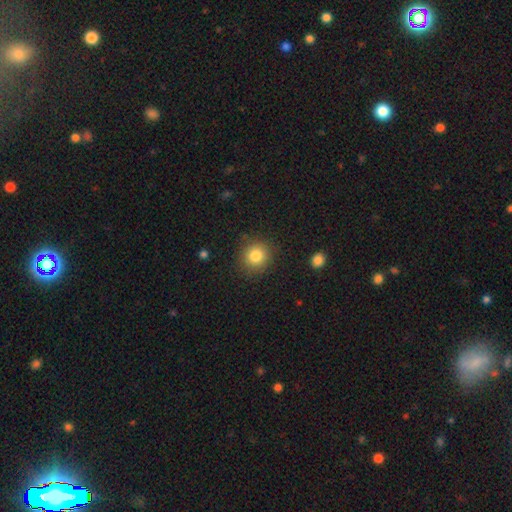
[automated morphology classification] smooth 83%, star or artifact 11%, featured or disk 7%. Down the decision tree: how rounded — round (88%); merging — none (88%).